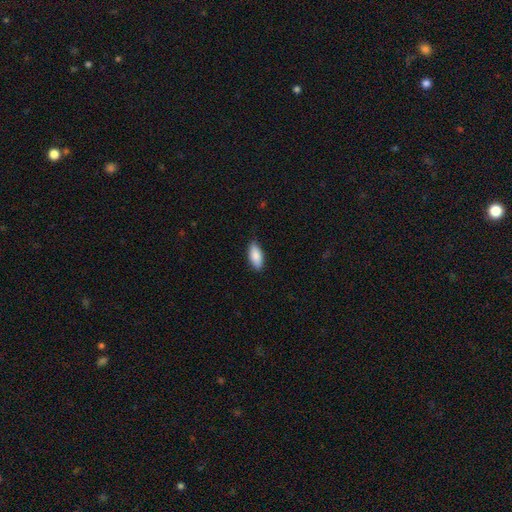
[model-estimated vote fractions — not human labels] Smooth or featured?
  - smooth: 87% *
  - featured or disk: 7%
  - star or artifact: 6%
How rounded?
  - in between: 85% *
  - cigar-shaped: 13%
  - round: 2%
Merging?
  - none: 85% *
  - minor disturbance: 12%
  - major disturbance: 2%
  - merger: 1%